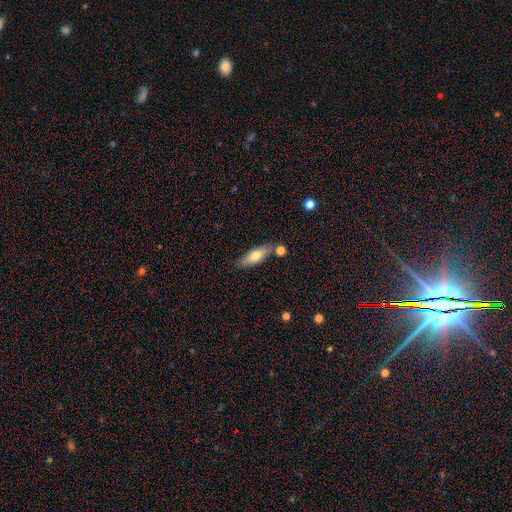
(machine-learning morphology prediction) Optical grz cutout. It shows a smooth galaxy with no disk features (64%) that is in between round and cigar-shaped (55%). Merging: none (74%).